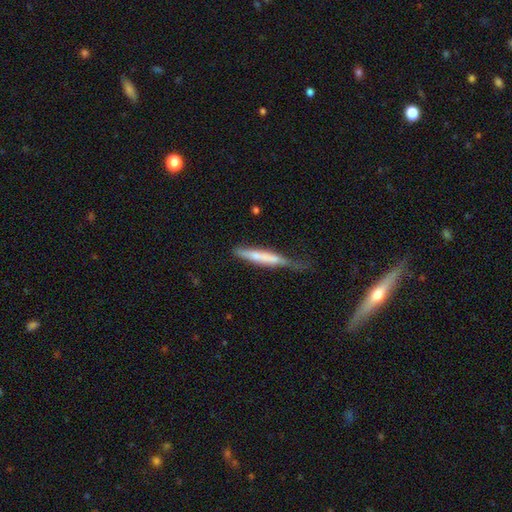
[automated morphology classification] Smooth or featured? Predicted: smooth (p=0.63). How rounded? Predicted: cigar-shaped (p=0.91). Merging? Predicted: none (p=0.43).